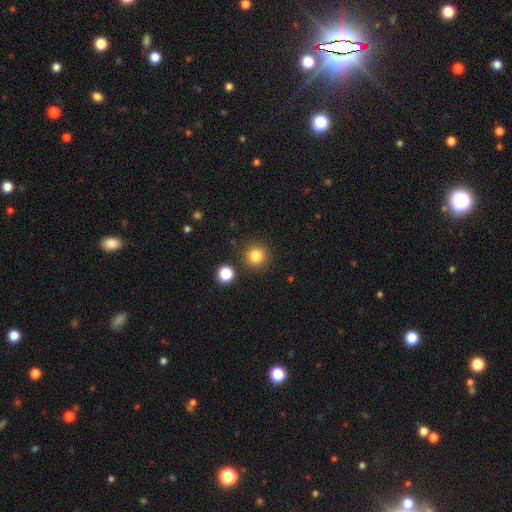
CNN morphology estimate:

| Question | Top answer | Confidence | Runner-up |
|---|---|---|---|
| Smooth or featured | smooth | 83% | star or artifact (12%) |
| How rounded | round | 94% | in between (5%) |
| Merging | none | 87% | minor disturbance (6%) |